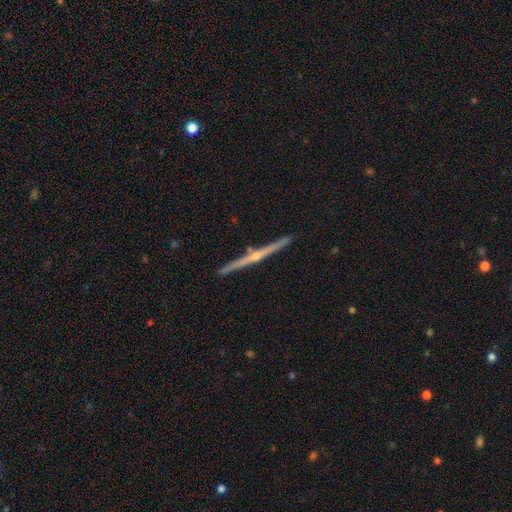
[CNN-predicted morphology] smooth-or-featured: featured or disk: 82% | smooth: 12% | star or artifact: 6%
  disk-edge-on: yes: 98% | no: 2%
    edge-on-bulge: rounded: 79% | none: 14% | boxy: 6%
  merging: none: 90% | minor disturbance: 7% | merger: 1% | major disturbance: 1%